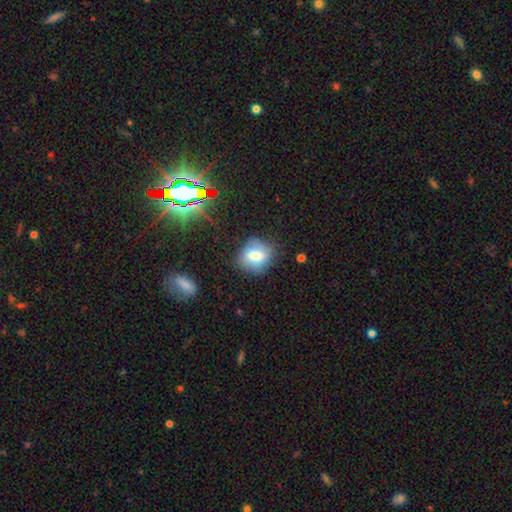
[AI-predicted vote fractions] Smooth or featured: smooth — 69% (featured or disk — 19%)
How rounded: round — 64% (in between — 35%)
Merging: none — 77% (minor disturbance — 17%)